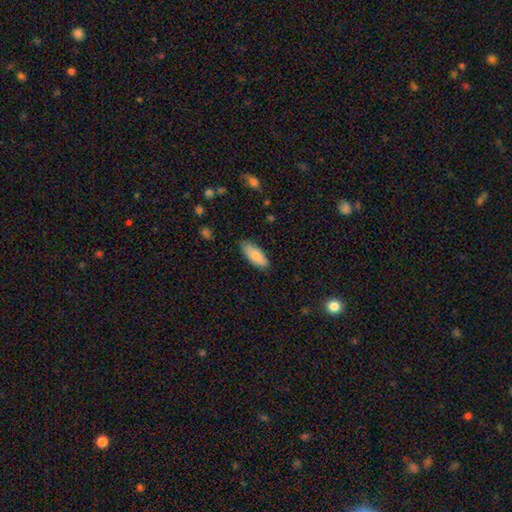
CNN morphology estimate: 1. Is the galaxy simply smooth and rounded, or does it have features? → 82% smooth, 12% featured or disk, 6% star or artifact.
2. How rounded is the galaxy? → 79% in between, 19% cigar-shaped, 2% round.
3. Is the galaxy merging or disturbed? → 82% none, 14% minor disturbance, 2% major disturbance, 1% merger.